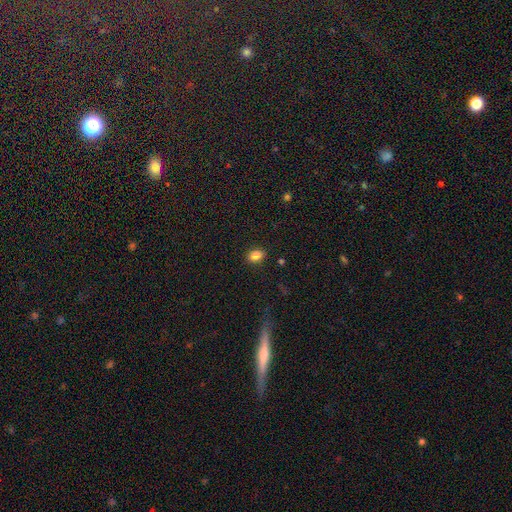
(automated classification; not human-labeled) The model was most divided on "how rounded": in between: 76%, round: 22%, cigar-shaped: 1%. More confident: merging — none (88%); smooth or featured — smooth (85%).